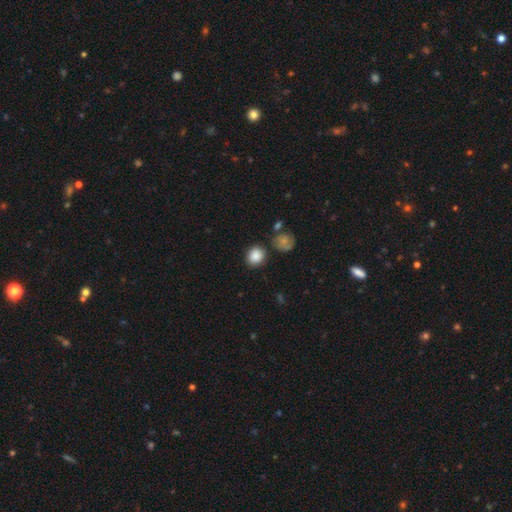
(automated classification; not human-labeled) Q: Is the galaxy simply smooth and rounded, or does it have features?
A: smooth — 87%.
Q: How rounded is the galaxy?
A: round — 74%.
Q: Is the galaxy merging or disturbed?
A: none — 81%.